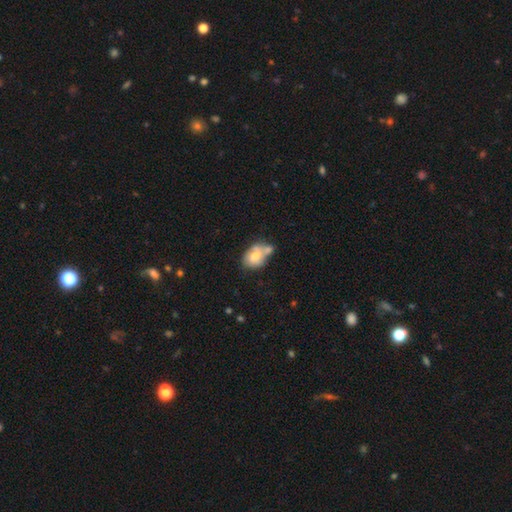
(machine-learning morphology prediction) A smooth galaxy with no disk features (59%) that is in between round and cigar-shaped (78%). Merging: merger (44%).